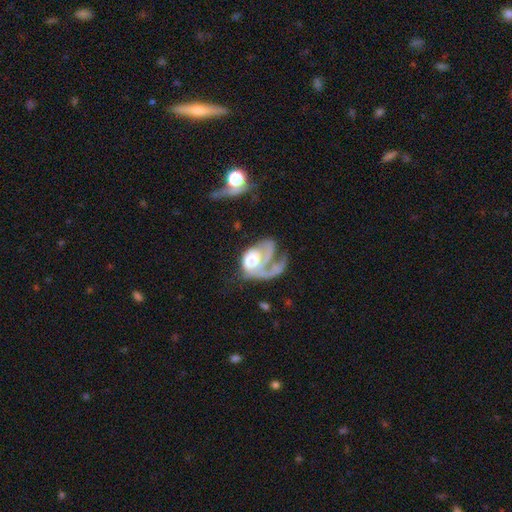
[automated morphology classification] A featured or disk galaxy (72%) with no bar (74%), 1 (43%) medium (37%) spiral arms (73%) and a moderate central bulge (55%). Merging: major disturbance (44%).